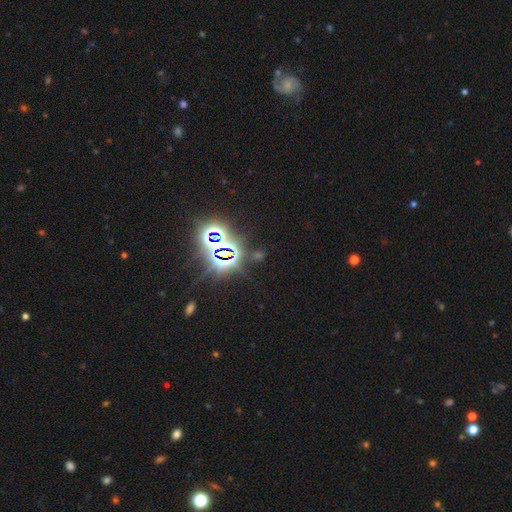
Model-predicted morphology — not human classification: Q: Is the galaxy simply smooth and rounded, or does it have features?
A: star or artifact — 82%.